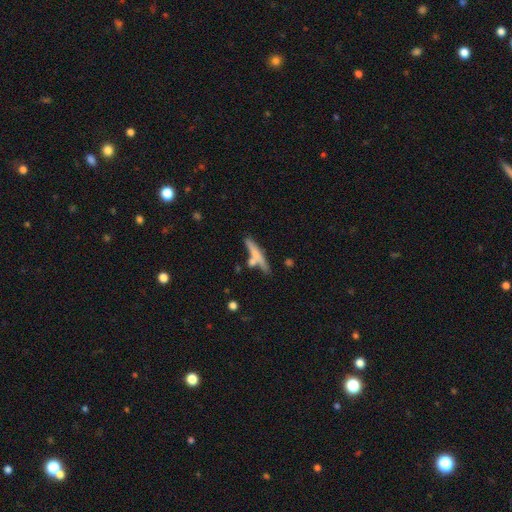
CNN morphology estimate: type=smooth (55%); roundness=cigar-shaped (90%); merging=none (61%).